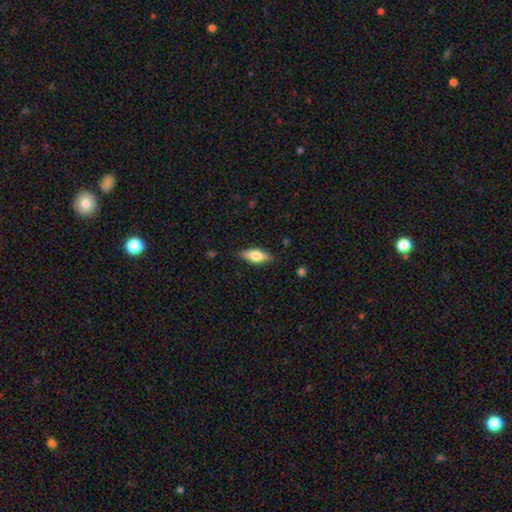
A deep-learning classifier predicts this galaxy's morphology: A smooth galaxy with no disk features (67%) that is in between round and cigar-shaped (72%).

Vote fractions:
- Smooth or featured? smooth: 67% / featured or disk: 26% / star or artifact: 7%
- How rounded? in between: 72% / cigar-shaped: 25% / round: 3%
- Merging? none: 83% / minor disturbance: 13% / major disturbance: 3% / merger: 1%